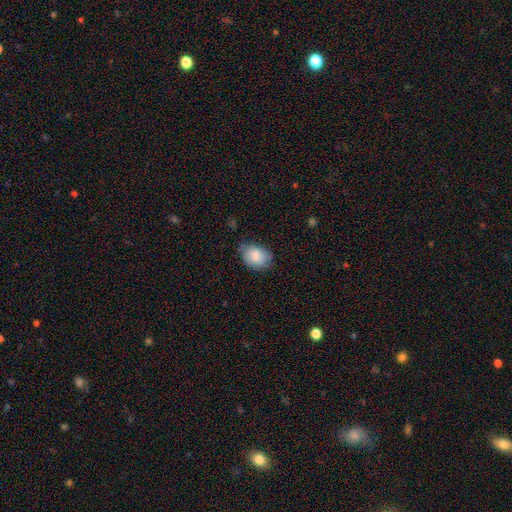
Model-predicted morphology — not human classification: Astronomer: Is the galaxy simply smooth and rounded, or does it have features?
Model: smooth — 79%.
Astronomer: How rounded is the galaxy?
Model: in between — 74%.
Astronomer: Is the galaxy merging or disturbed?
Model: none — 67%.